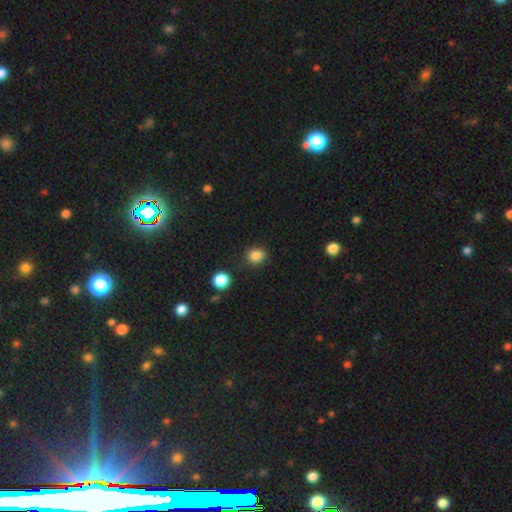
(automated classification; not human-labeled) Smooth or featured? smooth (84%)
How rounded? round (74%)
Merging? none (83%)